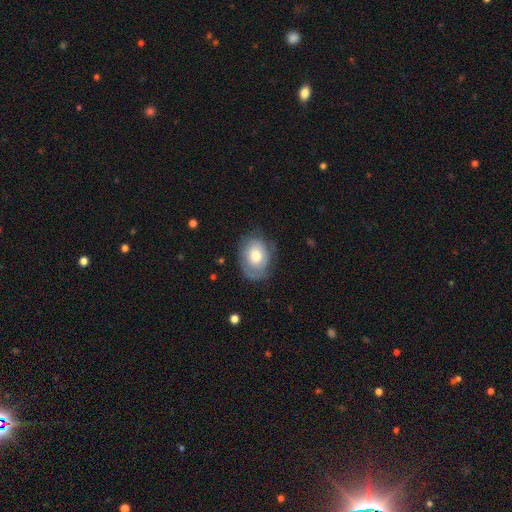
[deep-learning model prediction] This appears to be a smooth galaxy with no disk features (62%) that is in between round and cigar-shaped (61%). Merging: none (65%).